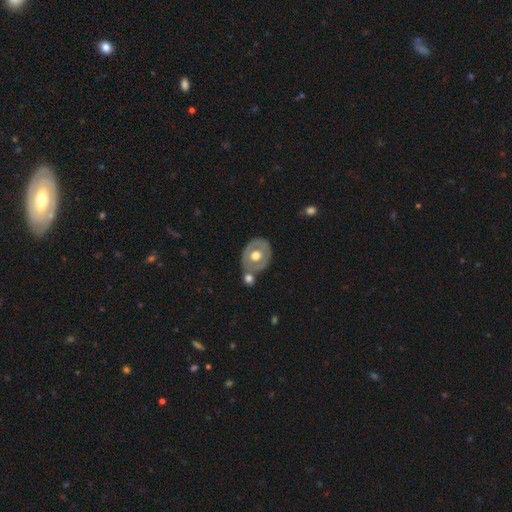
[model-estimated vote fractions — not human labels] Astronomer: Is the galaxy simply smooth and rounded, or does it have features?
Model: featured or disk — 52% (runner-up: smooth, 43%).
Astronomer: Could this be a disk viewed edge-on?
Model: no — 93%.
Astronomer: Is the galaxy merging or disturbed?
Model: none — 58%.